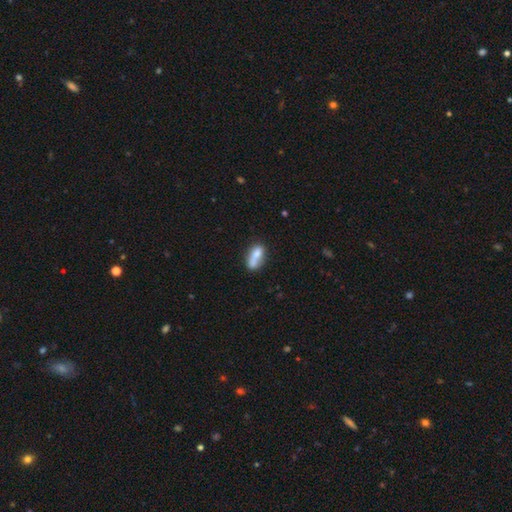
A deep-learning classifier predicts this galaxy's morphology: smooth_or_featured: smooth (p=0.70) [alt: featured or disk p=0.22]
how_rounded: in between (p=0.71) [alt: cigar-shaped p=0.23]
merging: none (p=0.40) [alt: merger p=0.33]